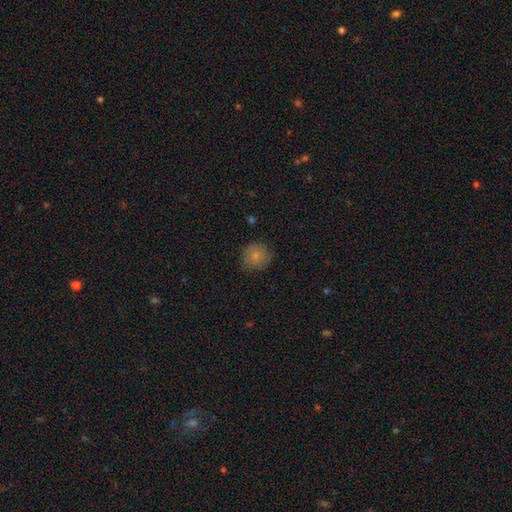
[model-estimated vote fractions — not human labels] Morphology: type=smooth (81%); roundness=round (89%); merging=none (80%).